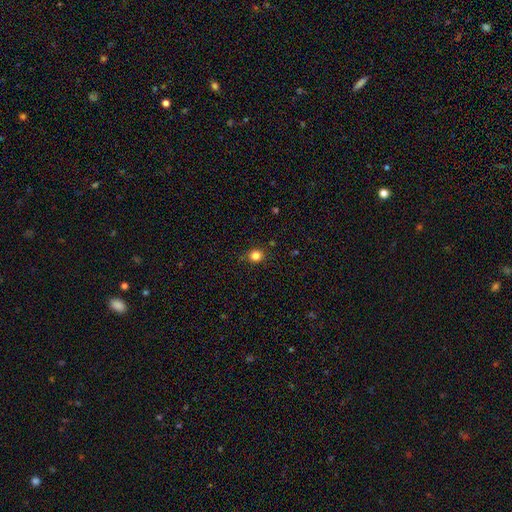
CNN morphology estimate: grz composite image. It shows a smooth galaxy with no disk features (82%) that is round (83%). Merging: none (82%).